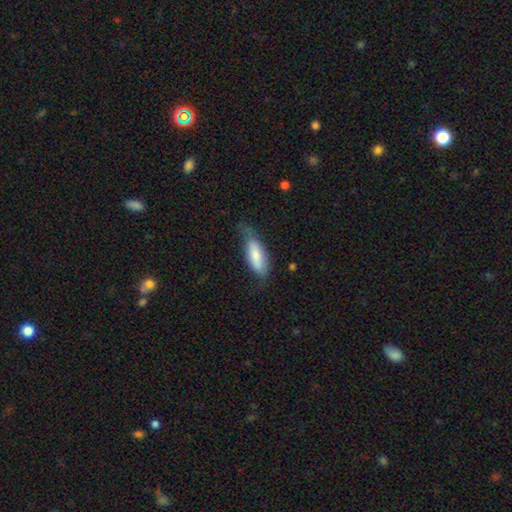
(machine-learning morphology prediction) Smooth or featured: smooth — 75% (featured or disk — 20%)
How rounded: in between — 73% (cigar-shaped — 25%)
Merging: none — 48% (minor disturbance — 36%)